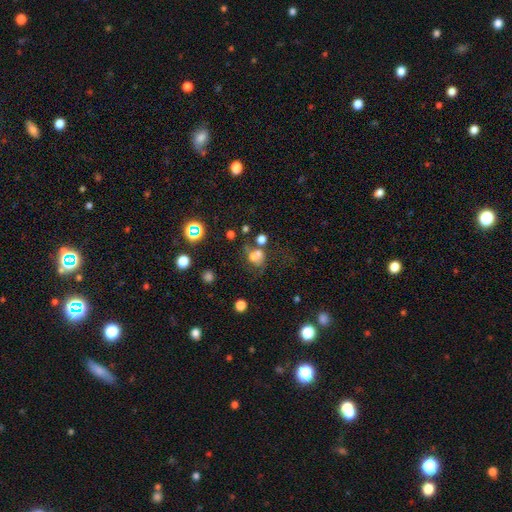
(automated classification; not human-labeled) This is likely a smooth galaxy (61%). How rounded: likely round (61%). Merging: marginally none (35%).